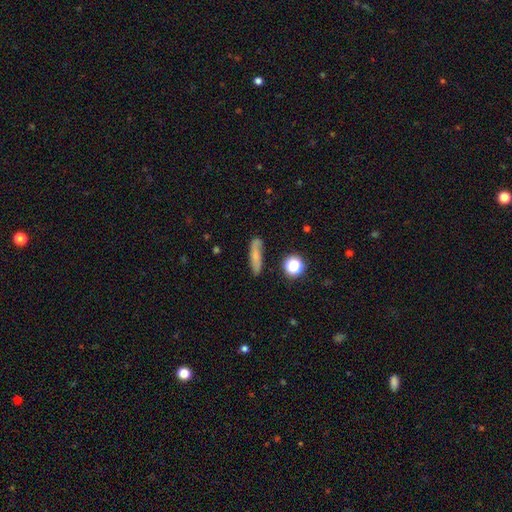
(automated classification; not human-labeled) Morphology: type=smooth (66%); roundness=cigar-shaped (70%); merging=none (76%).